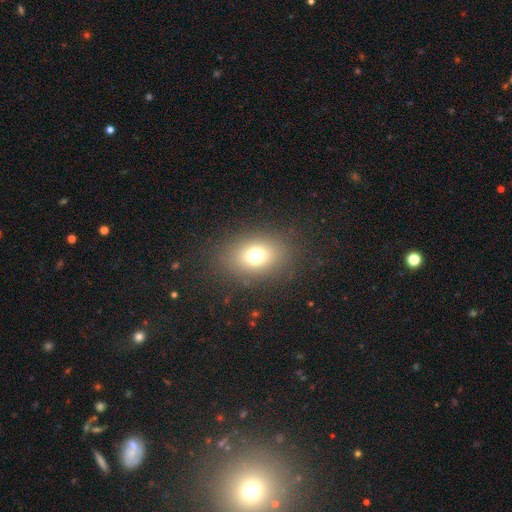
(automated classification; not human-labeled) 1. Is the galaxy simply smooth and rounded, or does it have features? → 70% smooth, 18% star or artifact, 13% featured or disk.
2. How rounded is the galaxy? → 57% in between, 41% round, 1% cigar-shaped.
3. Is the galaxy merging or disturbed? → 84% none, 9% minor disturbance, 6% major disturbance, 1% merger.